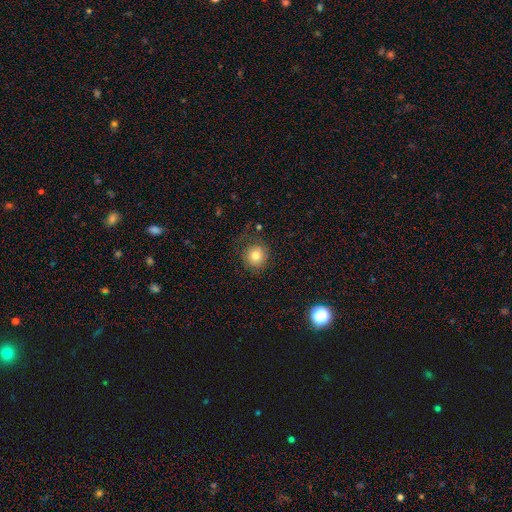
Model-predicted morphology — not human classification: Overall: smooth (79%). How rounded: round (91%). Merging: none (77%).